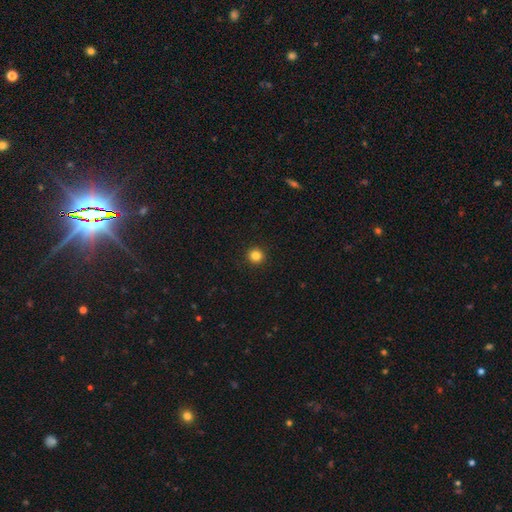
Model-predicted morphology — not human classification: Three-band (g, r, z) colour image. It shows a smooth galaxy with no disk features (84%) that is round (94%). Merging: none (93%).